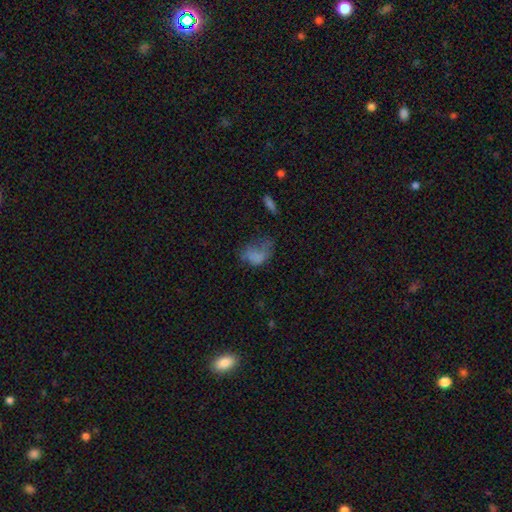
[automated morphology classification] Smooth or featured: smooth — 64% (featured or disk — 21%)
How rounded: in between — 82% (round — 15%)
Merging: major disturbance — 43% (none — 26%)